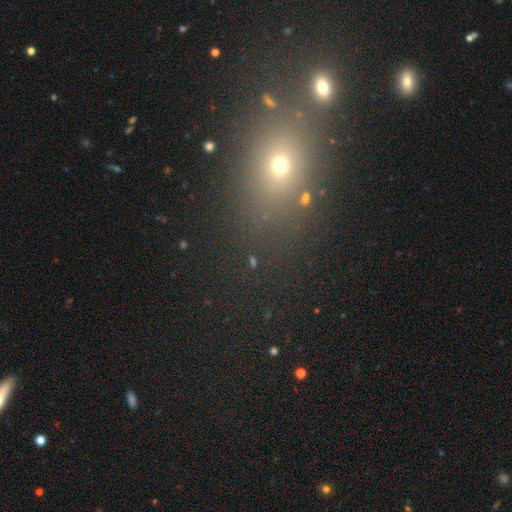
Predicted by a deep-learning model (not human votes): smooth-or-featured: smooth: 47% | star or artifact: 41% | featured or disk: 12%
  merging: none: 78% | minor disturbance: 10% | merger: 7% | major disturbance: 5%